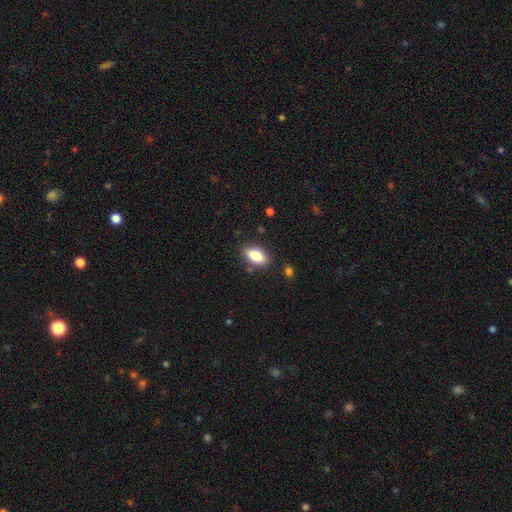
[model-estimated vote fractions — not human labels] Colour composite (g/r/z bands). It shows a smooth galaxy with no disk features (81%) that is in between round and cigar-shaped (87%). Merging: none (84%).